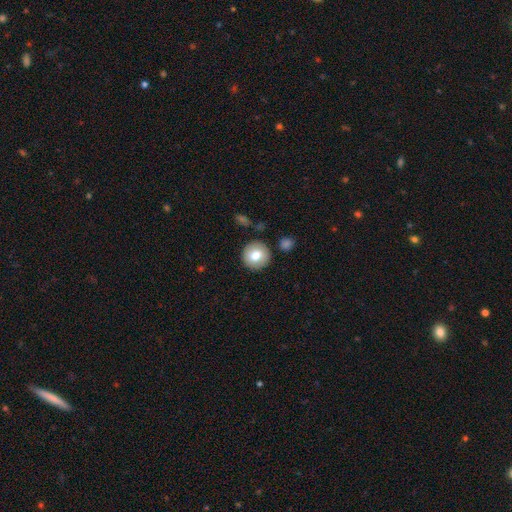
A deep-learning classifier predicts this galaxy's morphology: Smooth or featured? smooth (76%)
How rounded? round (93%)
Merging? none (87%)